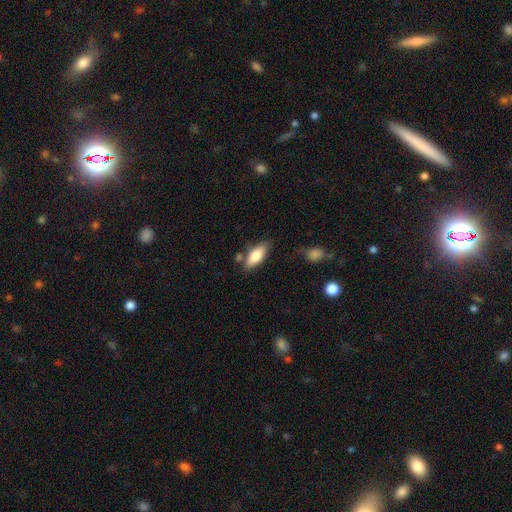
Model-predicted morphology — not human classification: Overall: smooth (75%). How rounded: in between (78%). Merging: none (72%).